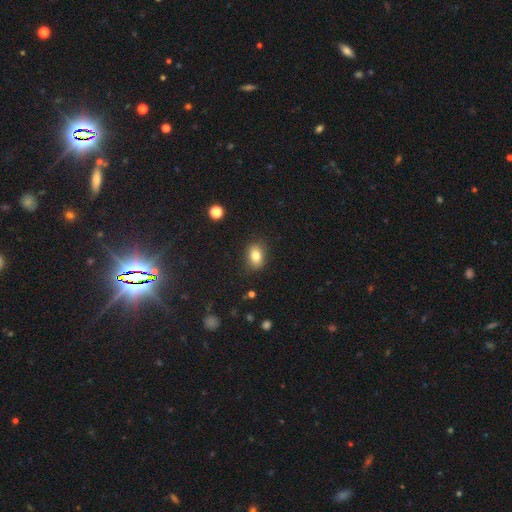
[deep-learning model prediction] smooth-or-featured: smooth: 82% | star or artifact: 10% | featured or disk: 8%
  how-rounded: in between: 73% | round: 26% | cigar-shaped: 1%
  merging: none: 84% | minor disturbance: 12% | major disturbance: 3% | merger: 1%